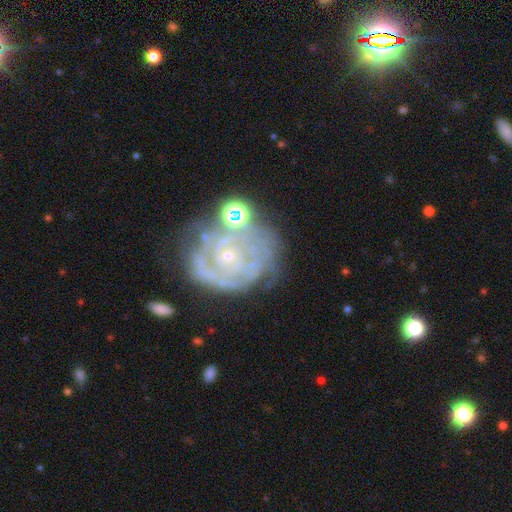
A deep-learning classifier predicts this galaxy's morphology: This is clearly a featured or disk galaxy (82%). It is clearly not viewed edge-on (98%). Bar: clearly no (82%). Spiral arm pattern: clearly yes (85%). Spiral arm count: possibly can't tell (46%). Spiral winding: likely tight (74%). Central bulge: clearly small (81%). Merging: possibly none (54%).